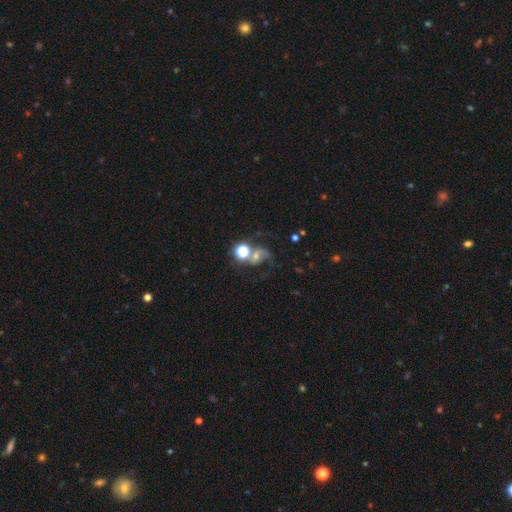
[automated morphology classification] smooth_or_featured: featured or disk (p=0.51) [alt: smooth p=0.29]
disk_edge_on: no (p=0.97) [alt: yes p=0.03]
merging: none (p=0.36) [alt: merger p=0.28]